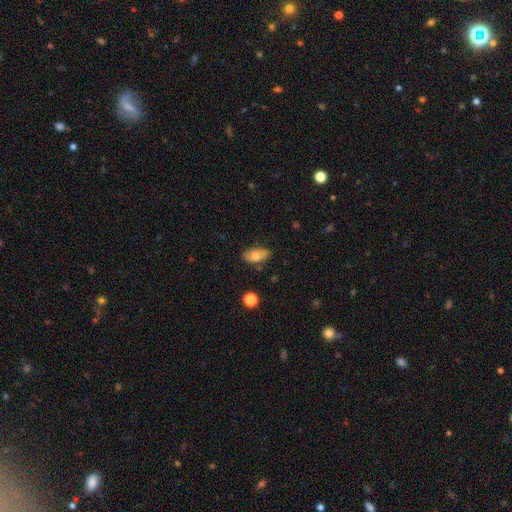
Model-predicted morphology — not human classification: This appears to be a smooth galaxy with no disk features (70%) that is in between round and cigar-shaped (91%). Merging: none (75%).